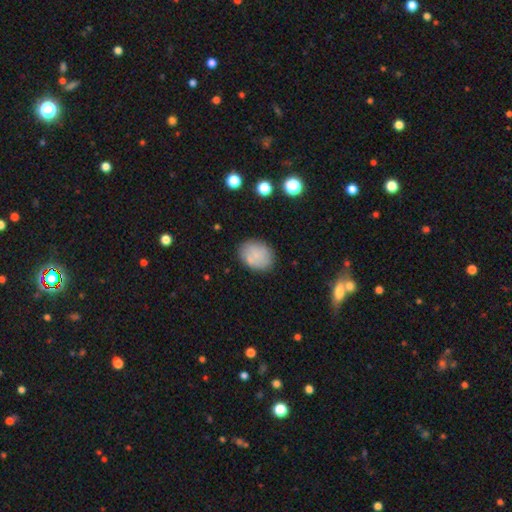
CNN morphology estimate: This appears to be a smooth galaxy with no disk features (75%) that is in between round and cigar-shaped (57%). Merging: none (74%).